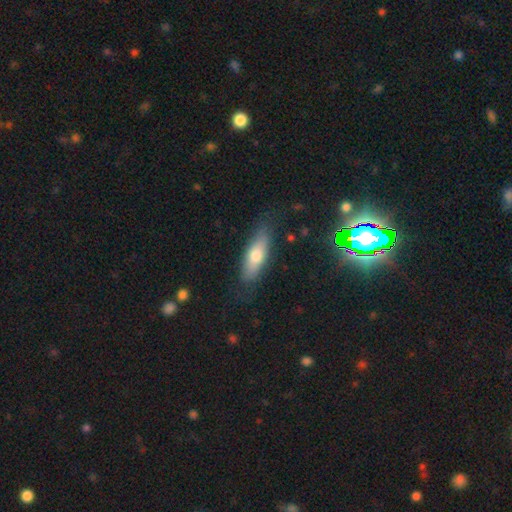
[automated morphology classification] Overall: smooth (65%; featured or disk 27%). How rounded: in between (56%; cigar-shaped 41%). Merging: none (80%).